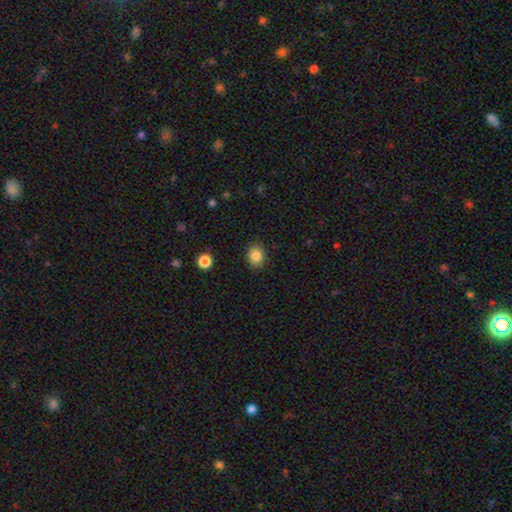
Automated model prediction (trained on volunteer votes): smooth_or_featured: smooth (p=0.84) [alt: star or artifact p=0.10]
how_rounded: round (p=0.58) [alt: in between p=0.42]
merging: none (p=0.88) [alt: minor disturbance p=0.09]